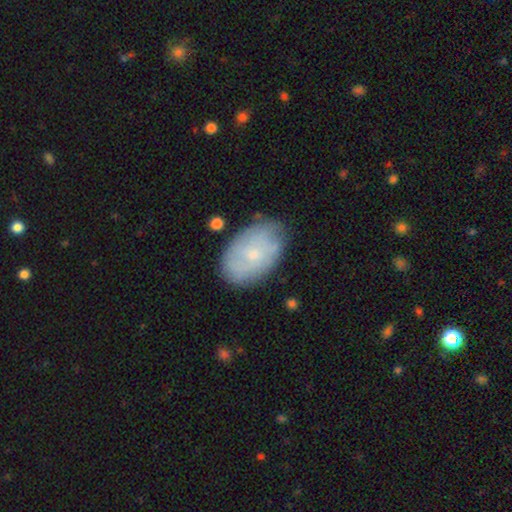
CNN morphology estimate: A smooth galaxy with no disk features (53%) that is in between round and cigar-shaped (90%). Merging: none (75%).